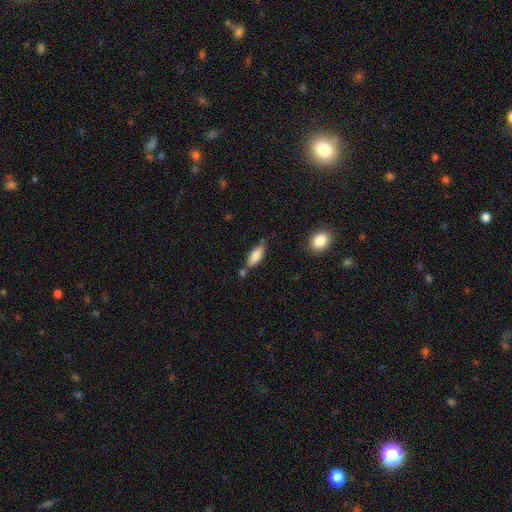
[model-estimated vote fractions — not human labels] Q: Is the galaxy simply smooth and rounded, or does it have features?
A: smooth — 81%.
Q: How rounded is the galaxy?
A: in between — 70%.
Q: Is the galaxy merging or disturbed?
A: none — 60%.